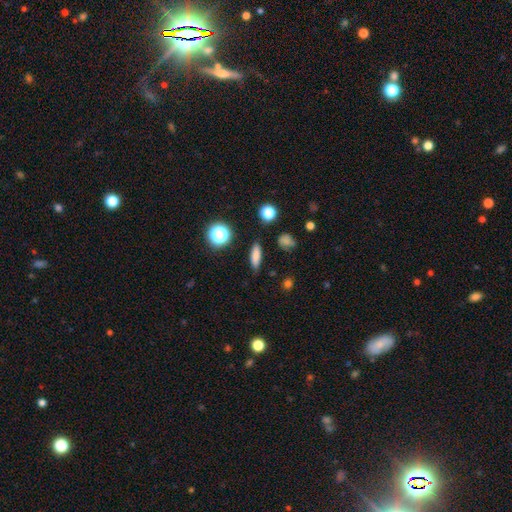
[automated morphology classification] smooth_or_featured: smooth (p=0.78) [alt: star or artifact p=0.12]
how_rounded: cigar-shaped (p=0.59) [alt: in between p=0.33]
merging: none (p=0.85) [alt: minor disturbance p=0.10]